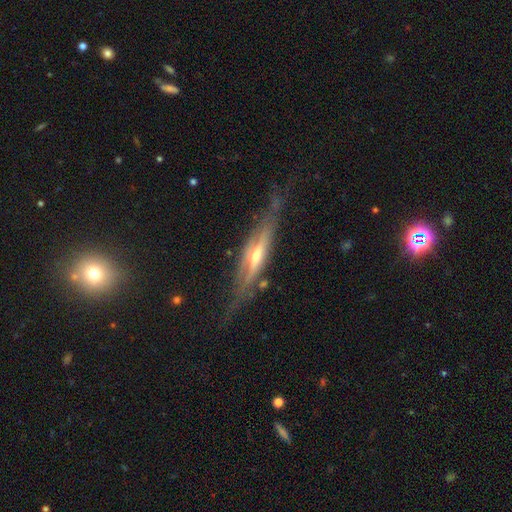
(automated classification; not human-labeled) Smooth or featured? Predicted: featured or disk (p=0.79). Edge-on disk? Predicted: yes (p=0.92). Edge-on bulge? Predicted: rounded (p=0.73). Merging? Predicted: none (p=0.72).